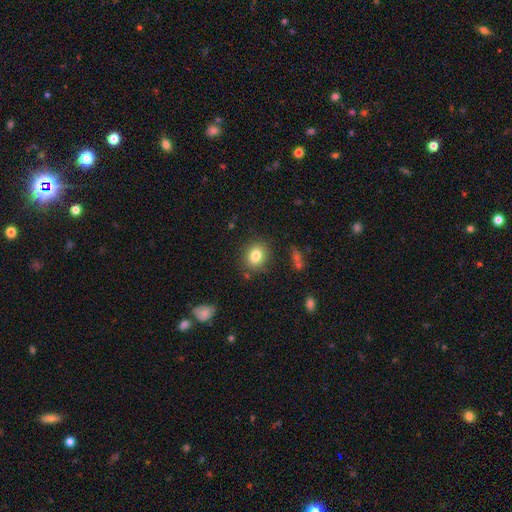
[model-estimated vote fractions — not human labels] A smooth galaxy with no disk features (81%) that is round (66%).

Vote fractions:
- Smooth or featured? smooth: 81% / star or artifact: 11% / featured or disk: 9%
- How rounded? round: 66% / in between: 33% / cigar-shaped: 1%
- Merging? none: 84% / minor disturbance: 10% / major disturbance: 3% / merger: 3%